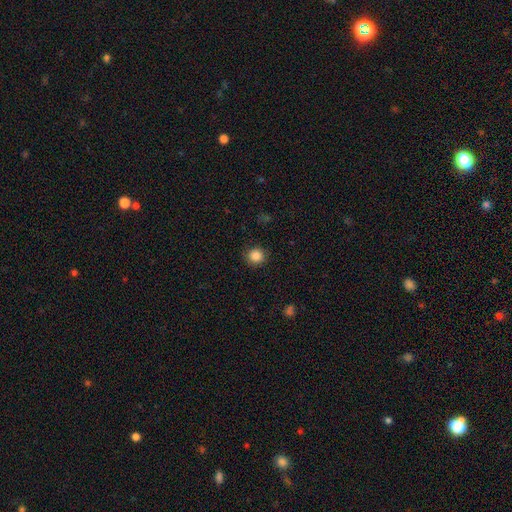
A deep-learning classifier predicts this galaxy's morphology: This is clearly a smooth galaxy (86%). How rounded: clearly round (91%). Merging: clearly none (89%).